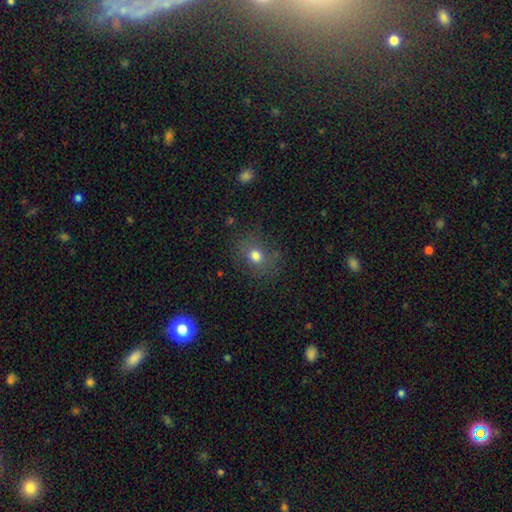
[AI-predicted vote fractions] Overall: smooth (74%). How rounded: round (63%; in between 35%). Merging: none (78%).